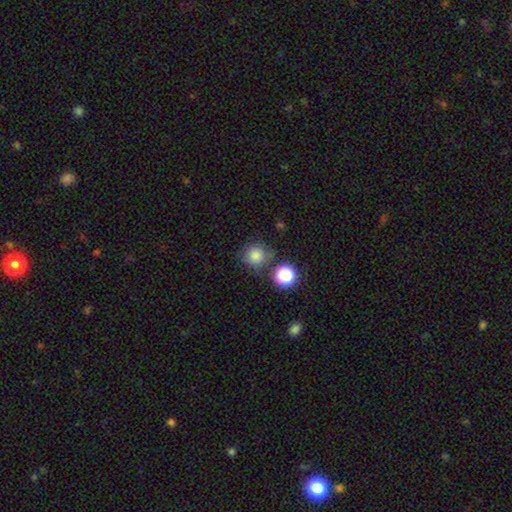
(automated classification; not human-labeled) This is clearly a smooth galaxy (81%). How rounded: clearly round (92%). Merging: likely none (73%).